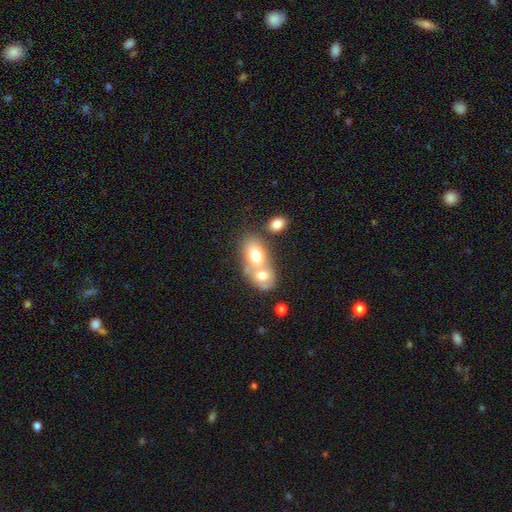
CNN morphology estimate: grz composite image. It shows a smooth galaxy with no disk features (70%) that is in between round and cigar-shaped (79%). Merging: merger (66%).